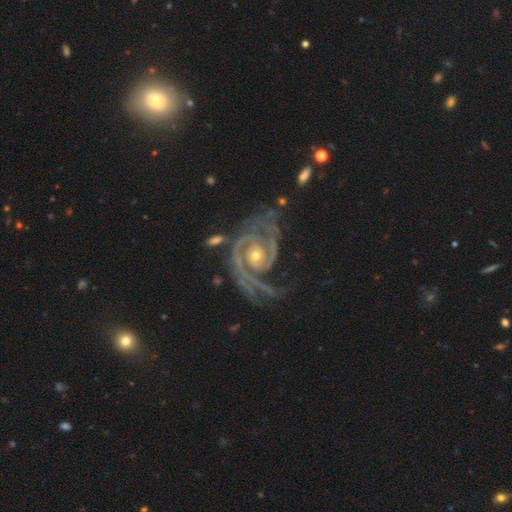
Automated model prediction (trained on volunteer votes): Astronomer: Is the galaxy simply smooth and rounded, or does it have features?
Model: featured or disk — 93%.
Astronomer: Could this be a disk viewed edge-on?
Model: no — 97%.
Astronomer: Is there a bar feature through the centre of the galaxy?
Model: no — 67%.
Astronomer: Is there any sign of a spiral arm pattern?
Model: yes — 98%.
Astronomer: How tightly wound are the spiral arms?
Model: tight — 66%.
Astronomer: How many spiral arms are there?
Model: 2 — 66%.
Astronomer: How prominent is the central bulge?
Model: small — 57% (runner-up: moderate, 40%).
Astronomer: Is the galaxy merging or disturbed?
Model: none — 55%.